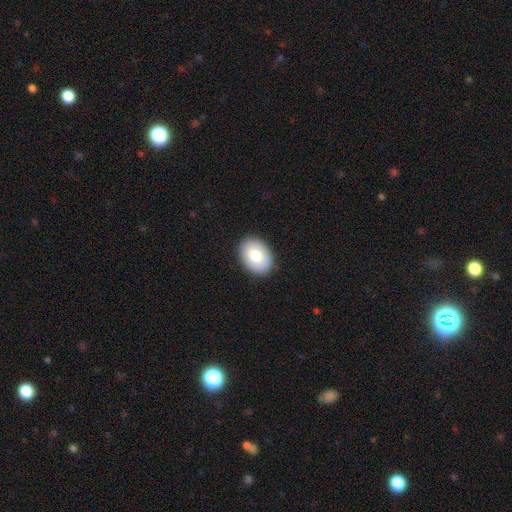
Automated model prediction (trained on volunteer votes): smooth 77%, featured or disk 16%, star or artifact 7%. Down the decision tree: how rounded — in between (76%); merging — none (89%).